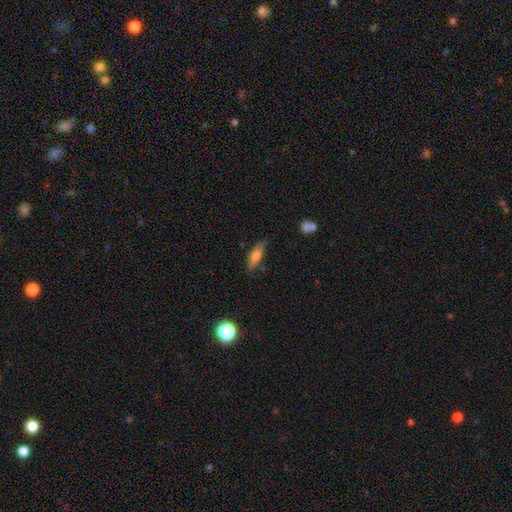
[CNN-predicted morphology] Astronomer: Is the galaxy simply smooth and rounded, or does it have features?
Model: smooth — 73%.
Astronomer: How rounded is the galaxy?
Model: in between — 55% (runner-up: cigar-shaped, 43%).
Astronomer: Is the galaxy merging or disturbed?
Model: none — 72%.